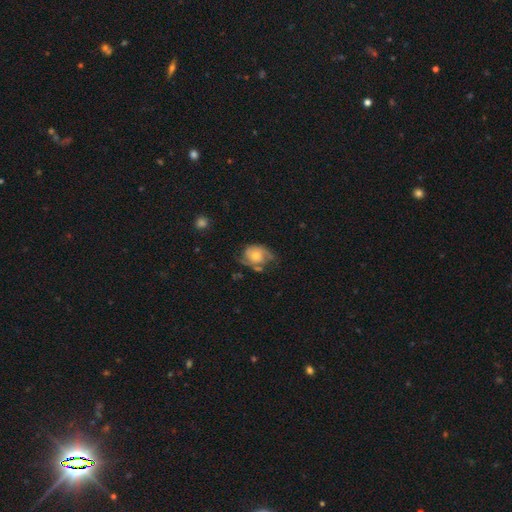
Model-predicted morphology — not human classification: smooth-or-featured: featured or disk: 70% | smooth: 23% | star or artifact: 7%
  disk-edge-on: no: 97% | yes: 3%
    bar: no: 76% | weak: 20% | strong: 4%
    has-spiral-arms: yes: 87% | no: 13%
      spiral-winding: medium: 41% | tight: 37% | loose: 22%
      spiral-arm-count: 2: 72% | can't tell: 14% | 1: 6% | 3: 5% | 4: 2% | more than 4: 2%
    bulge-size: moderate: 51% | small: 40% | large: 5% | none: 3% | dominant: 1%
  merging: none: 50% | minor disturbance: 27% | major disturbance: 17% | merger: 6%